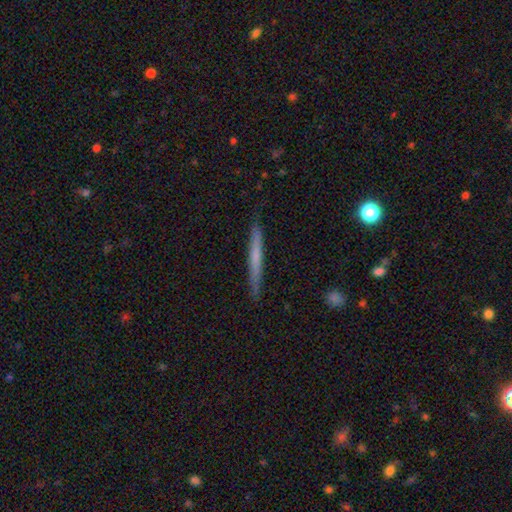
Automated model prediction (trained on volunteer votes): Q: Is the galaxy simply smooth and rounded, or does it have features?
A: smooth — 51%.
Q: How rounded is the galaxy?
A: cigar-shaped — 96%.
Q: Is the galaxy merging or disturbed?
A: none — 89%.